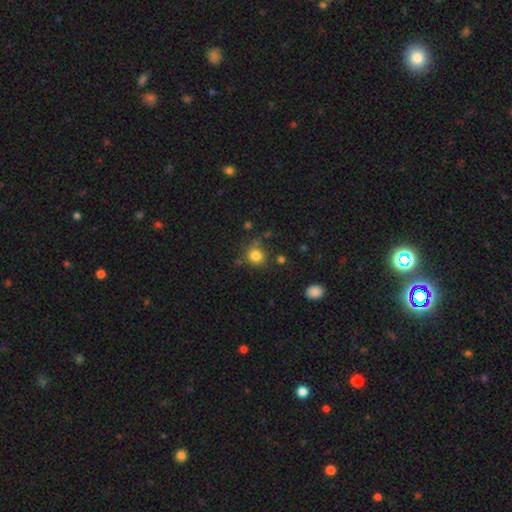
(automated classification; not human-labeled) Smooth or featured: smooth — 82% (star or artifact — 12%)
How rounded: round — 86% (in between — 13%)
Merging: none — 70% (minor disturbance — 17%)